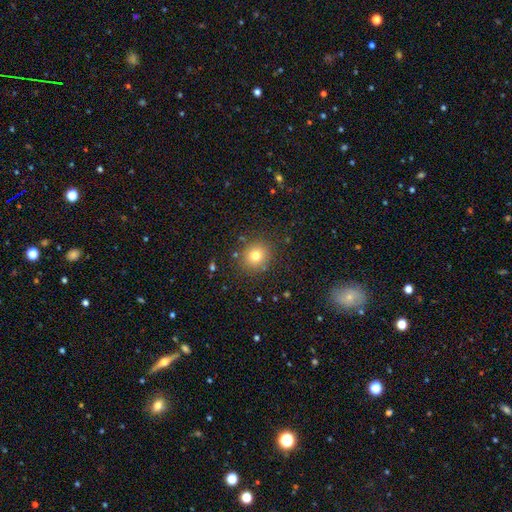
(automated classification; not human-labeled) Smooth or featured: smooth — 76% (star or artifact — 15%)
How rounded: round — 87% (in between — 12%)
Merging: none — 87% (minor disturbance — 8%)